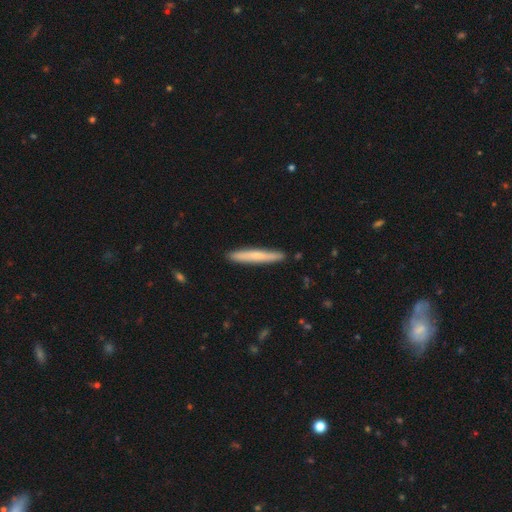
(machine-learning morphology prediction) Q: Smooth or featured?
A: smooth (63%); runner-up: featured or disk (31%)
Q: How rounded?
A: cigar-shaped (96%); runner-up: in between (3%)
Q: Merging?
A: none (90%); runner-up: minor disturbance (7%)